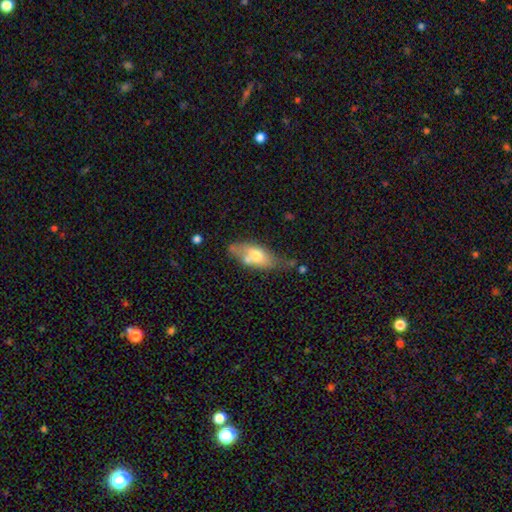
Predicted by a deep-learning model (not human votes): This appears to be a smooth galaxy with no disk features (61%) that is in between round and cigar-shaped (83%). Merging: none (43%).